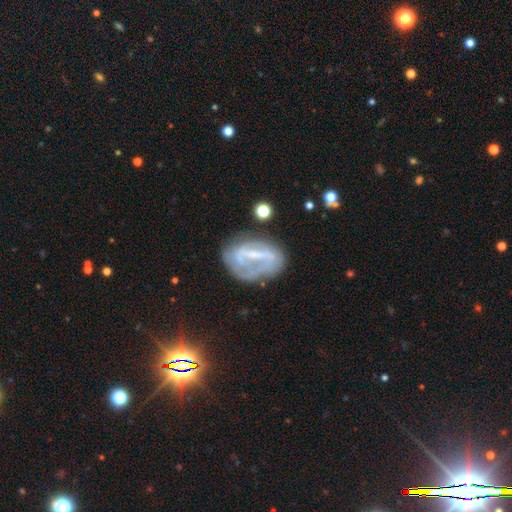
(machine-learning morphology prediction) smooth_or_featured: featured or disk (p=0.66) [alt: smooth p=0.23]
disk_edge_on: no (p=0.93) [alt: yes p=0.07]
bar: strong (p=0.58) [alt: weak p=0.26]
has_spiral_arms: no (p=0.52) [alt: yes p=0.48]
bulge_size: small (p=0.40) [alt: none p=0.38]
merging: none (p=0.54) [alt: minor disturbance p=0.24]